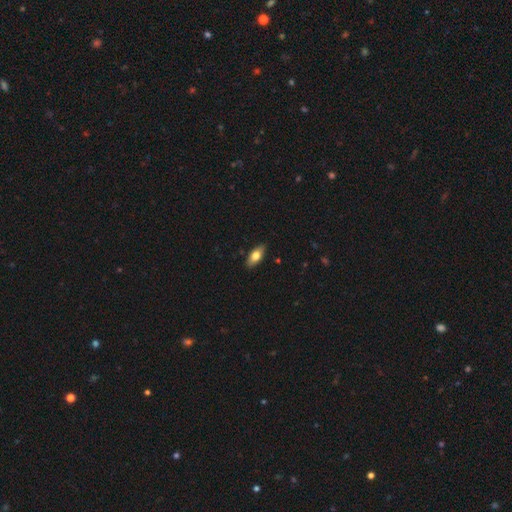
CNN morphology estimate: Smooth or featured? smooth (73%)
How rounded? in between (84%)
Merging? none (87%)